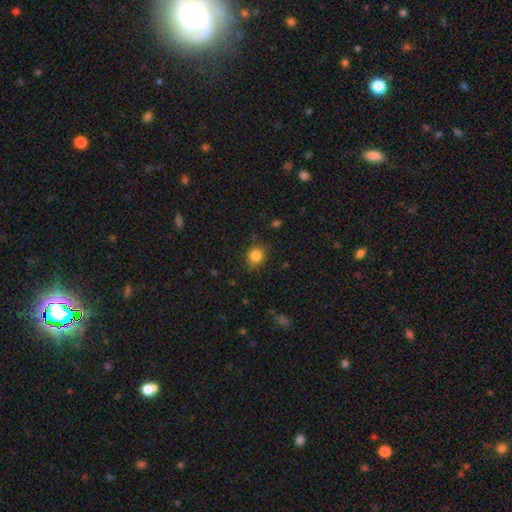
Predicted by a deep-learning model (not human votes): Smooth or featured?
  - smooth: 83% *
  - star or artifact: 11%
  - featured or disk: 6%
How rounded?
  - round: 76% *
  - in between: 23%
  - cigar-shaped: 1%
Merging?
  - none: 74% *
  - minor disturbance: 20%
  - major disturbance: 5%
  - merger: 1%